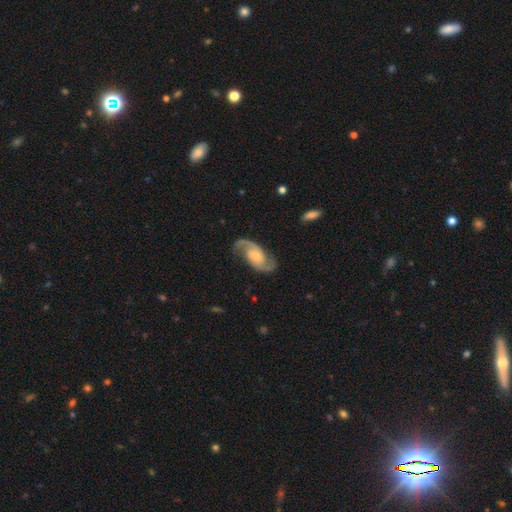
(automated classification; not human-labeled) Smooth or featured? Predicted: featured or disk (p=0.89). Edge-on disk? Predicted: no (p=0.97). Bar? Predicted: no (p=0.55). Spiral arms? Predicted: yes (p=0.97). Spiral winding? Predicted: medium (p=0.51). Spiral arm count? Predicted: 2 (p=0.93). Bulge size? Predicted: small (p=0.45). Merging? Predicted: none (p=0.78).